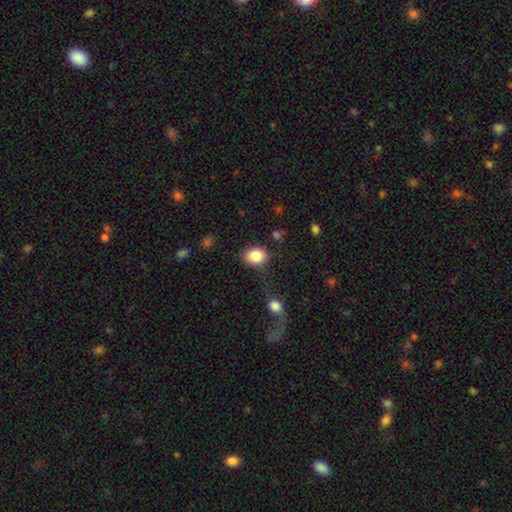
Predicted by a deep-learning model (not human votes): A smooth galaxy with no disk features (85%) that is in between round and cigar-shaped (60%). Merging: none (70%).